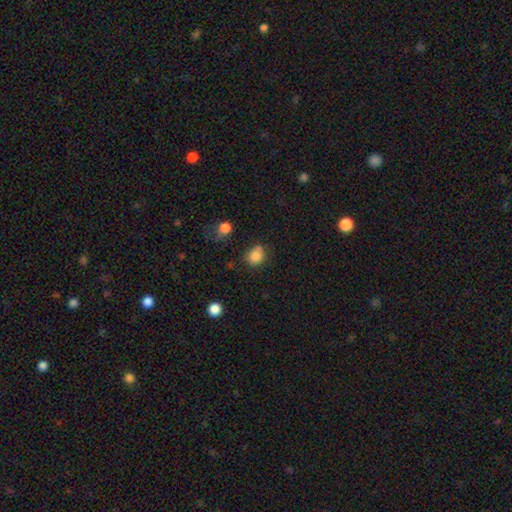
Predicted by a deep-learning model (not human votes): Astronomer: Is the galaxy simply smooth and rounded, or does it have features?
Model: smooth — 82%.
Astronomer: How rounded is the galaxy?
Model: round — 60% (runner-up: in between, 39%).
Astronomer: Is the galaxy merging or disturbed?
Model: none — 60%.